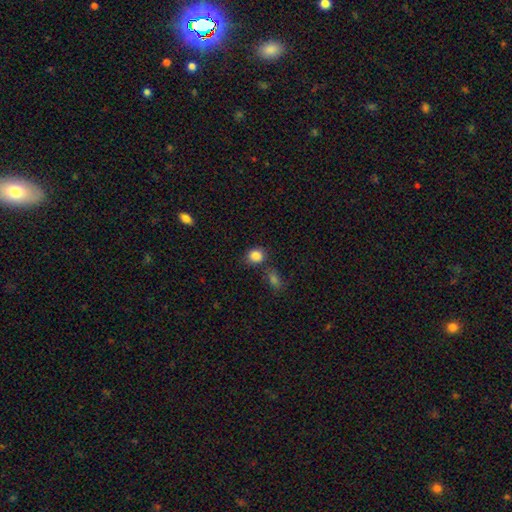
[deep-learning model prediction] Overall: smooth (86%). How rounded: round (70%). Merging: none (70%).